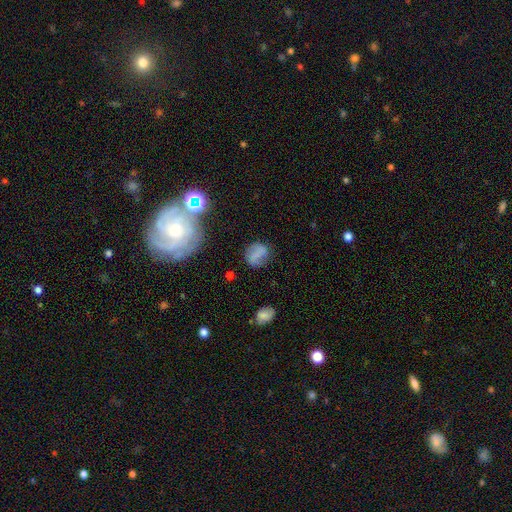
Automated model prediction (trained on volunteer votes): A smooth galaxy with no disk features (54%) that is round (53%).

Vote fractions:
- Smooth or featured? smooth: 54% / featured or disk: 34% / star or artifact: 12%
- How rounded? round: 53% / in between: 44% / cigar-shaped: 3%
- Merging? none: 70% / minor disturbance: 19% / major disturbance: 8% / merger: 3%